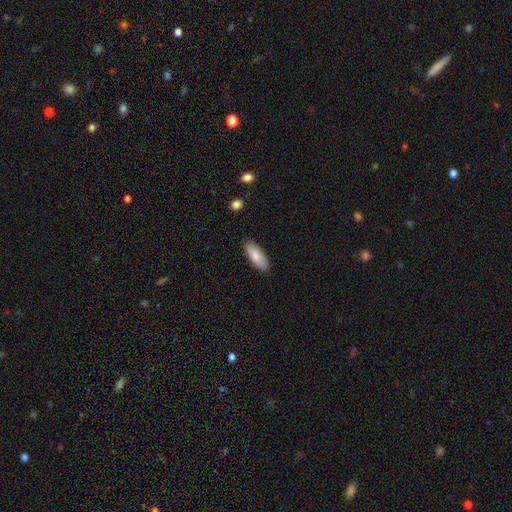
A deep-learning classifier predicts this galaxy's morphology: This is clearly a smooth galaxy (83%). How rounded: likely in between (74%). Merging: clearly none (87%).